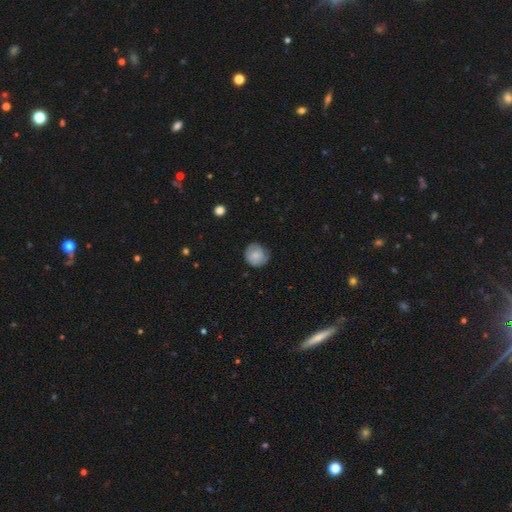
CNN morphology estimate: smooth-or-featured: smooth: 70% | featured or disk: 23% | star or artifact: 7%
  how-rounded: round: 88% | in between: 11% | cigar-shaped: 1%
  merging: none: 71% | minor disturbance: 23% | major disturbance: 4% | merger: 1%